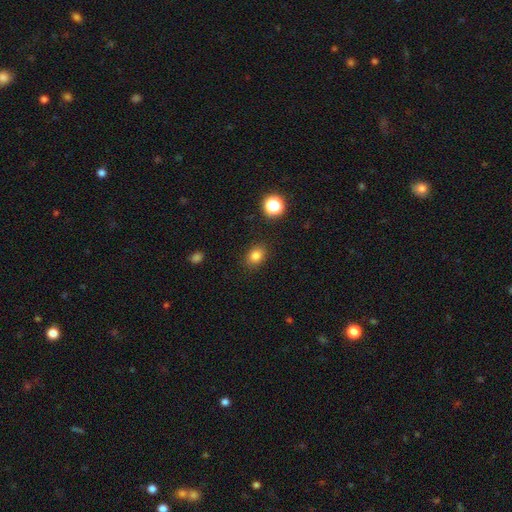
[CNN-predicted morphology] The model was most divided on "how rounded": in between: 54%, round: 45%, cigar-shaped: 1%. More confident: merging — none (86%); smooth or featured — smooth (82%).